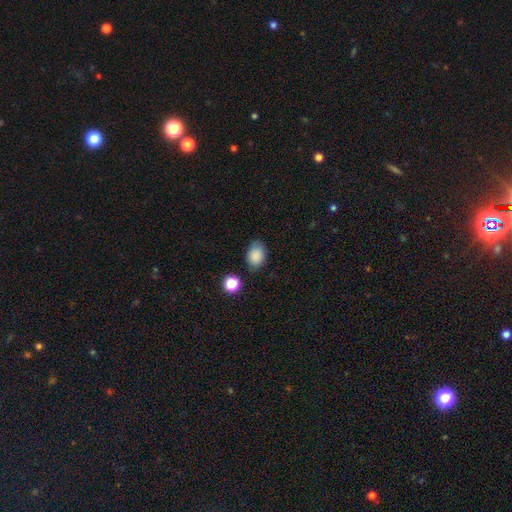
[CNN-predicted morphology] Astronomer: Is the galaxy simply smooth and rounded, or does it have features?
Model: smooth — 86%.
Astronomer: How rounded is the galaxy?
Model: in between — 72%.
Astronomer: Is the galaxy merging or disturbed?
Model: none — 74%.